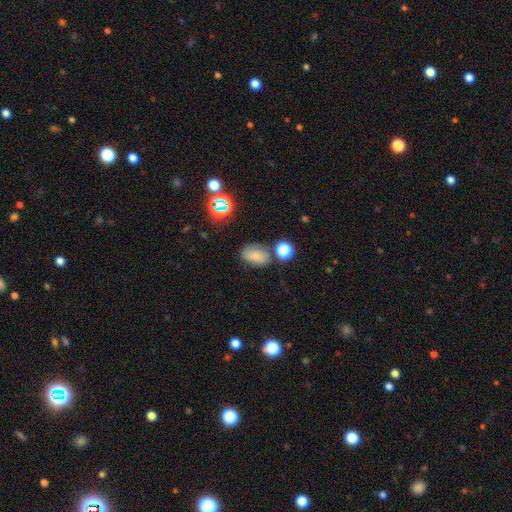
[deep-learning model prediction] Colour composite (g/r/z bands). It shows a smooth galaxy with no disk features (69%) that is in between round and cigar-shaped (80%). Merging: none (65%).